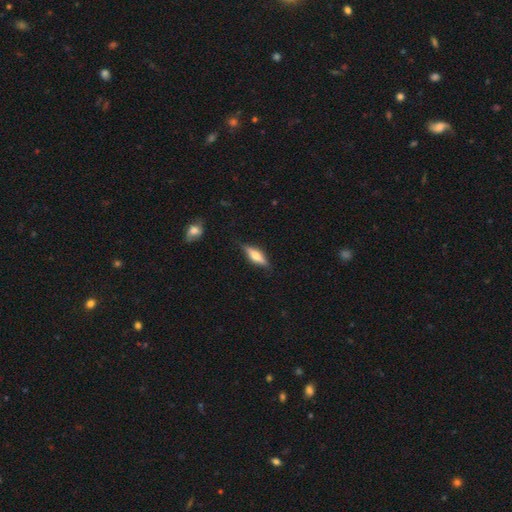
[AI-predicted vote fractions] Smooth or featured? featured or disk (48%)
Merging? none (81%)